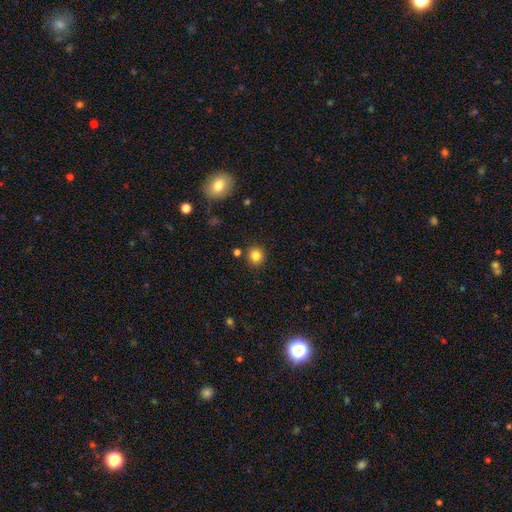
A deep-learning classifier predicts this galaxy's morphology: This appears to be a smooth galaxy with no disk features (83%) that is round (90%). Merging: none (87%).